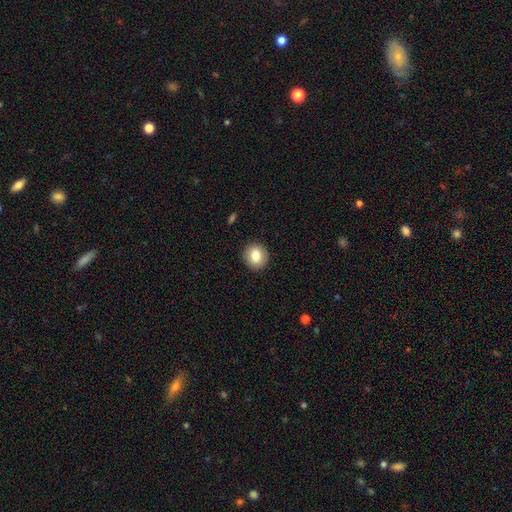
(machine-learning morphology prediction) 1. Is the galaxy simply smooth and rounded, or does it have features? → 82% smooth, 10% featured or disk, 8% star or artifact.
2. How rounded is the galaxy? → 83% round, 16% in between, 1% cigar-shaped.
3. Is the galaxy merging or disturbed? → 91% none, 6% minor disturbance, 2% major disturbance, 1% merger.